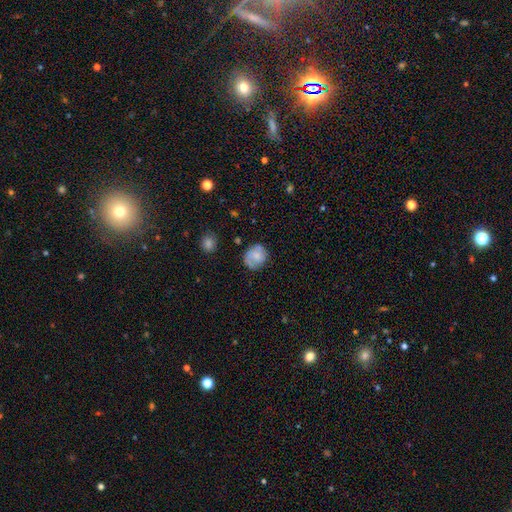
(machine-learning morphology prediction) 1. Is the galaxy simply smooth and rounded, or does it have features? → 58% smooth, 34% featured or disk, 8% star or artifact.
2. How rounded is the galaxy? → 74% round, 25% in between, 1% cigar-shaped.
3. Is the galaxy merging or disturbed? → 66% none, 23% minor disturbance, 8% major disturbance, 3% merger.